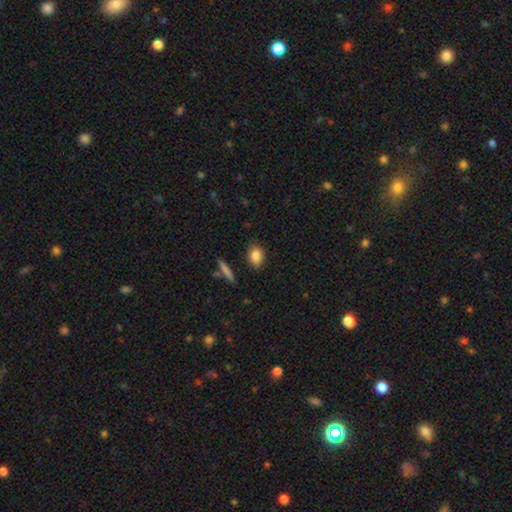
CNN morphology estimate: type=smooth (84%); roundness=in between (75%); merging=none (86%).